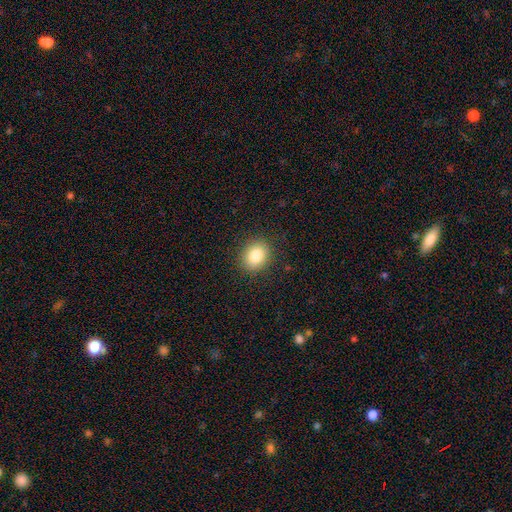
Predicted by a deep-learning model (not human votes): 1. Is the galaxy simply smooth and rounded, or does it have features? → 83% smooth, 10% star or artifact, 7% featured or disk.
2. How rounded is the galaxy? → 58% round, 41% in between, 1% cigar-shaped.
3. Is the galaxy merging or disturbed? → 88% none, 8% minor disturbance, 3% major disturbance, 1% merger.